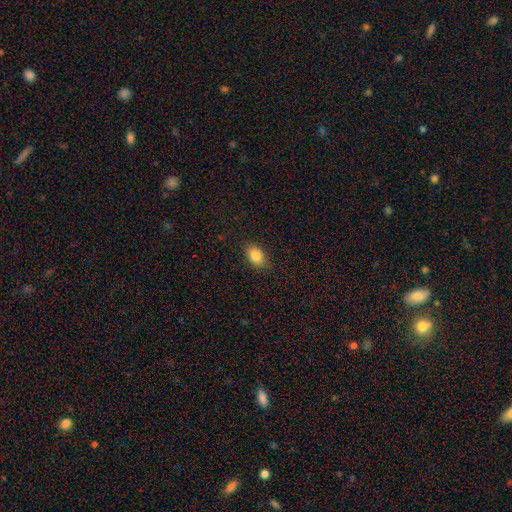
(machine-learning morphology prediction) type=smooth (86%); roundness=in between (84%); merging=none (86%).